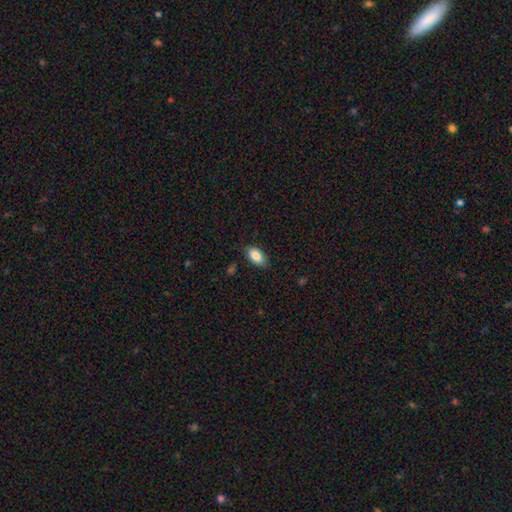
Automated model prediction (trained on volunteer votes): This appears to be a smooth galaxy with no disk features (85%) that is in between round and cigar-shaped (92%). Merging: none (83%).